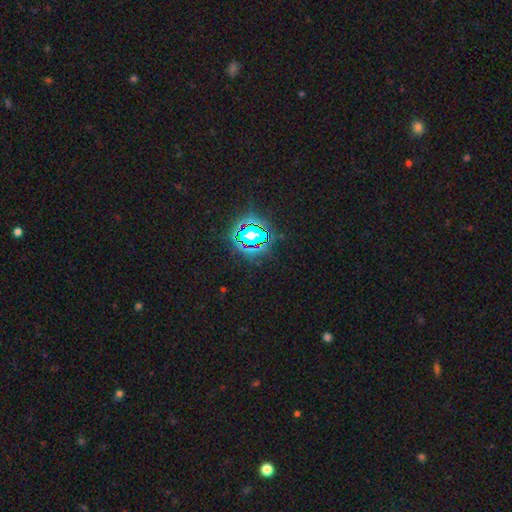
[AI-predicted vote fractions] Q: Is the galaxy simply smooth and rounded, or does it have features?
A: star or artifact — 83%.